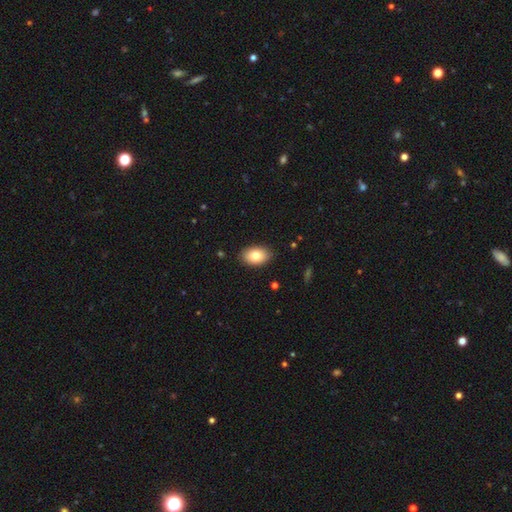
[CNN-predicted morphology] Q: Smooth or featured?
A: smooth (80%); runner-up: featured or disk (13%)
Q: How rounded?
A: in between (88%); runner-up: round (11%)
Q: Merging?
A: none (87%); runner-up: minor disturbance (10%)